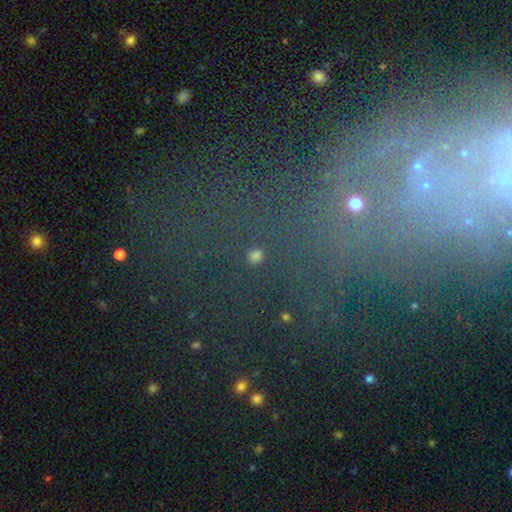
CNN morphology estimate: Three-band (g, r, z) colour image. It shows a smooth galaxy with no disk features (63%) that is round (80%). Merging: none (85%).